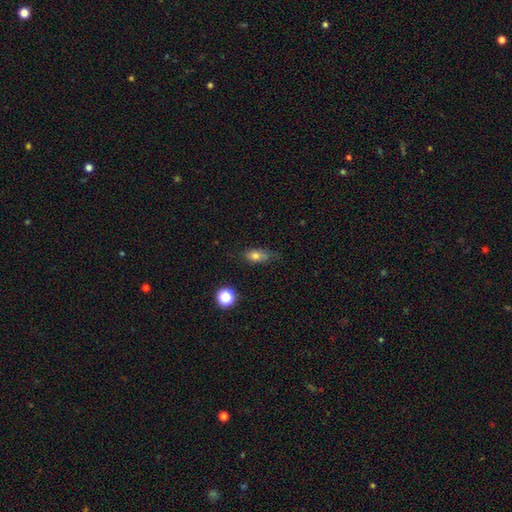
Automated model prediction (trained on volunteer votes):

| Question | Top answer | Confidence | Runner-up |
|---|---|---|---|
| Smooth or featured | smooth | 74% | featured or disk (13%) |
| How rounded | in between | 76% | round (14%) |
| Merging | none | 61% | minor disturbance (29%) |